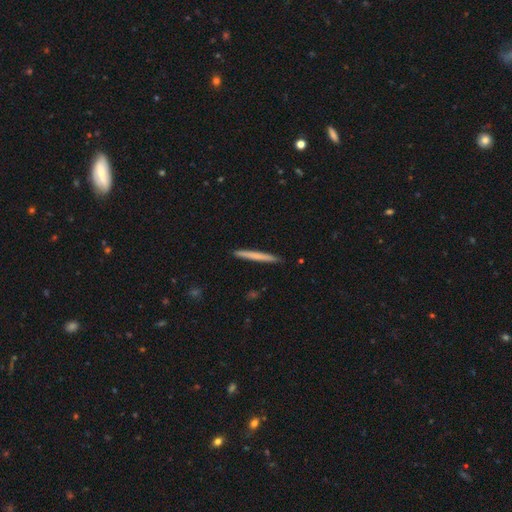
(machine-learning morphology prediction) Smooth or featured? Predicted: smooth (p=0.66). How rounded? Predicted: cigar-shaped (p=0.97). Merging? Predicted: none (p=0.92).